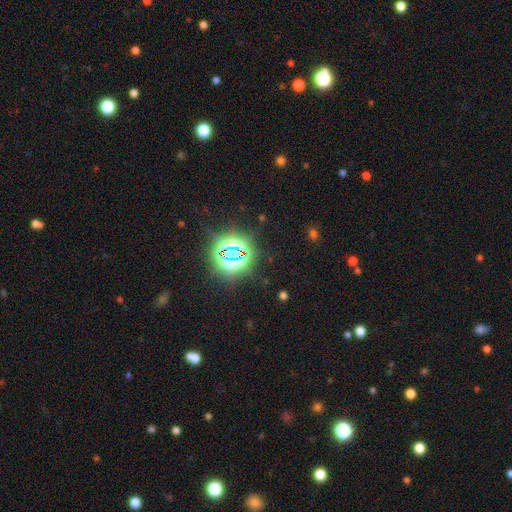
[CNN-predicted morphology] Overall: star or artifact (79%).